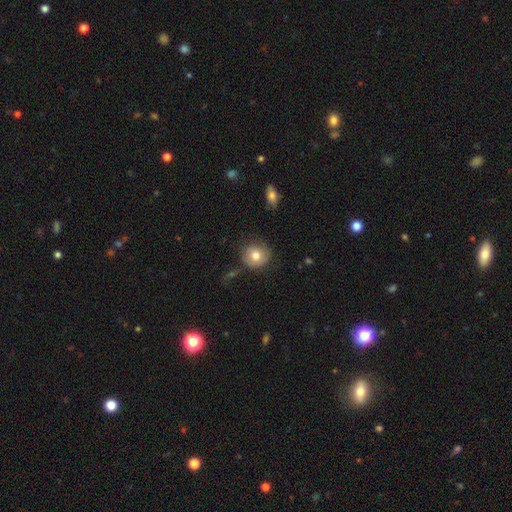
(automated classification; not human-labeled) Q: Smooth or featured?
A: smooth (73%); runner-up: featured or disk (19%)
Q: How rounded?
A: round (87%); runner-up: in between (12%)
Q: Merging?
A: none (71%); runner-up: minor disturbance (19%)